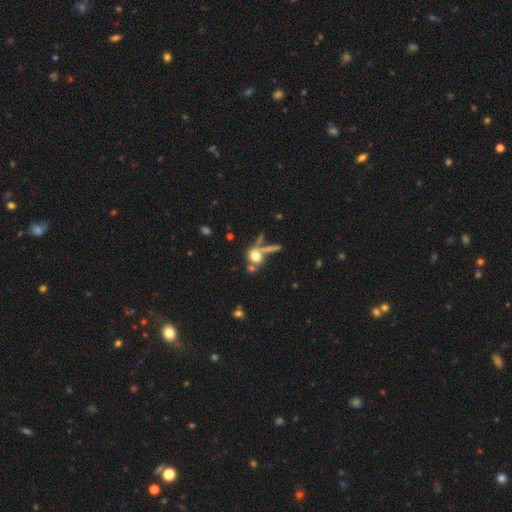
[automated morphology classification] A smooth galaxy with no disk features (68%) that is round (67%). Merging: none (47%).